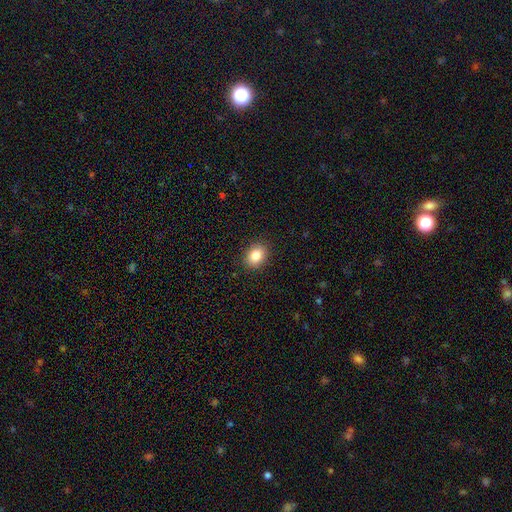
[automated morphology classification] type=smooth (85%); roundness=in between (57%); merging=none (89%).